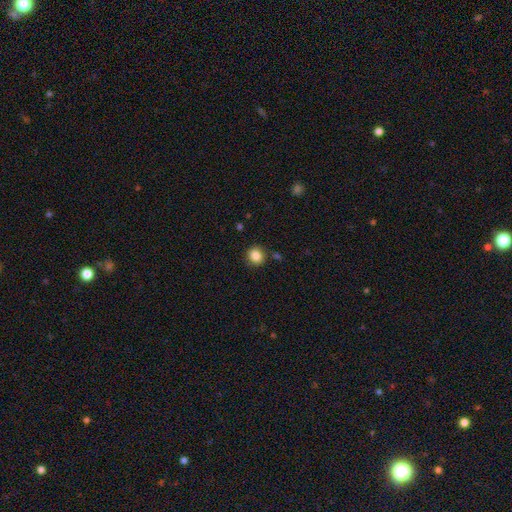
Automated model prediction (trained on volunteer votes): Q: Smooth or featured?
A: smooth (86%); runner-up: star or artifact (10%)
Q: How rounded?
A: round (84%); runner-up: in between (16%)
Q: Merging?
A: none (87%); runner-up: minor disturbance (8%)